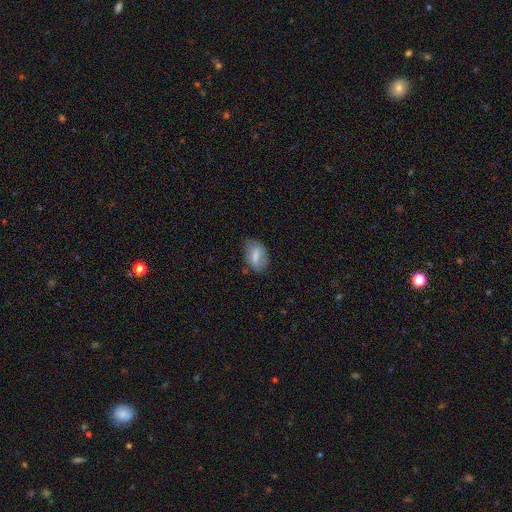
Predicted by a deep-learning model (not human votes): The model was most divided on "merging": none: 64%, minor disturbance: 26%, major disturbance: 7%, merger: 2%. More confident: how rounded — in between (87%); smooth or featured — smooth (66%).